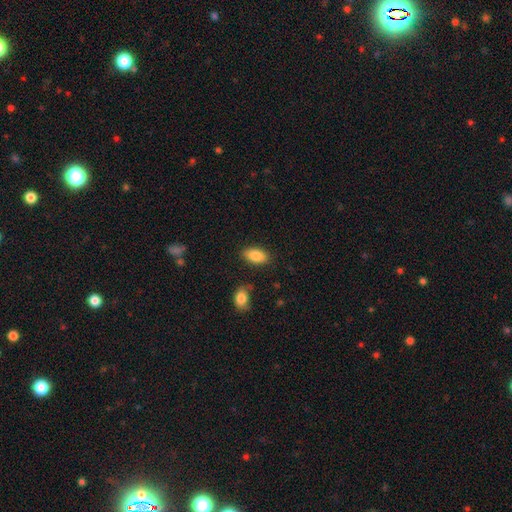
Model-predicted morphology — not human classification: Smooth or featured: smooth — 86% (star or artifact — 7%)
How rounded: in between — 92% (cigar-shaped — 4%)
Merging: none — 84% (minor disturbance — 11%)